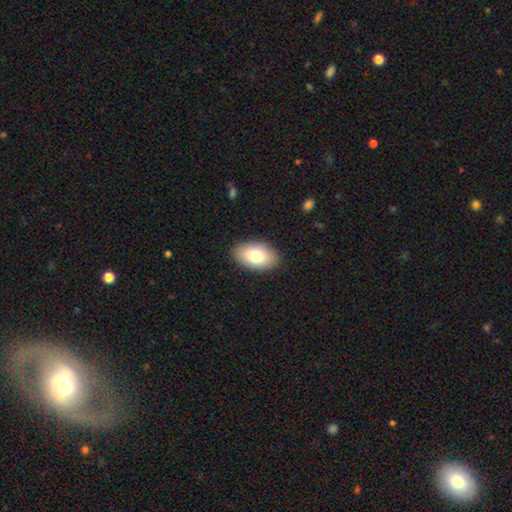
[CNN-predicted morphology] Q: Smooth or featured?
A: smooth (78%); runner-up: featured or disk (15%)
Q: How rounded?
A: in between (92%); runner-up: round (7%)
Q: Merging?
A: none (89%); runner-up: minor disturbance (8%)